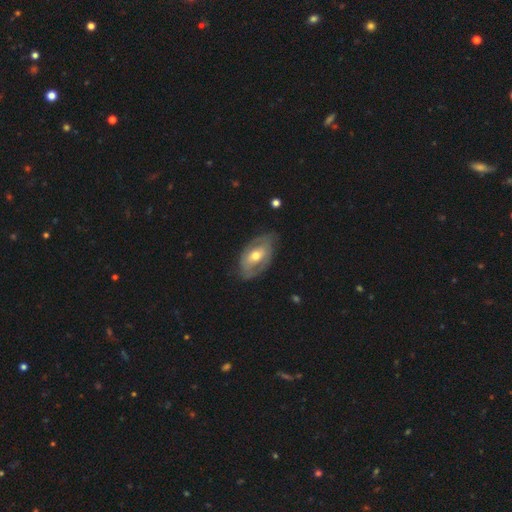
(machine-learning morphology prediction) Smooth or featured: featured or disk — 64% (smooth — 30%)
Edge-on disk: no — 92% (yes — 8%)
Bar: no — 48% (weak — 34%)
Spiral arms: yes — 53% (no — 47%)
Bulge size: moderate — 70% (small — 23%)
Merging: none — 68% (minor disturbance — 23%)